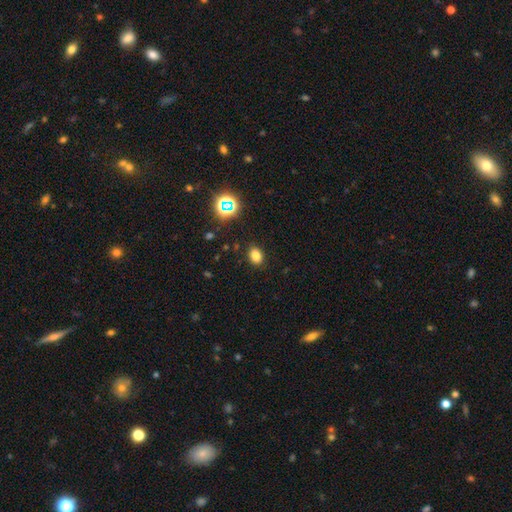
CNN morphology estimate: A smooth galaxy with no disk features (79%) that is in between round and cigar-shaped (67%). Merging: none (87%).